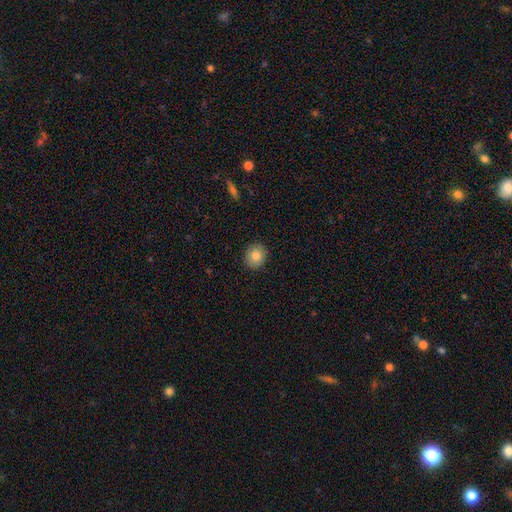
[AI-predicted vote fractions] smooth-or-featured: smooth: 82% | featured or disk: 9% | star or artifact: 9%
  how-rounded: round: 79% | in between: 20% | cigar-shaped: 1%
  merging: none: 90% | minor disturbance: 7% | major disturbance: 2% | merger: 1%